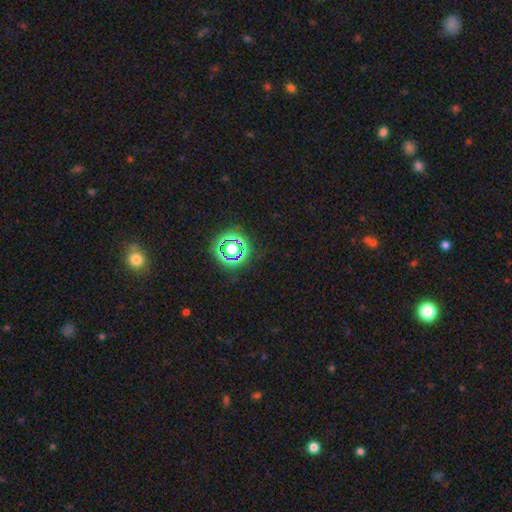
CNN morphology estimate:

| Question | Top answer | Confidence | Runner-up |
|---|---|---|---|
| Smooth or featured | star or artifact | 76% | smooth (17%) |